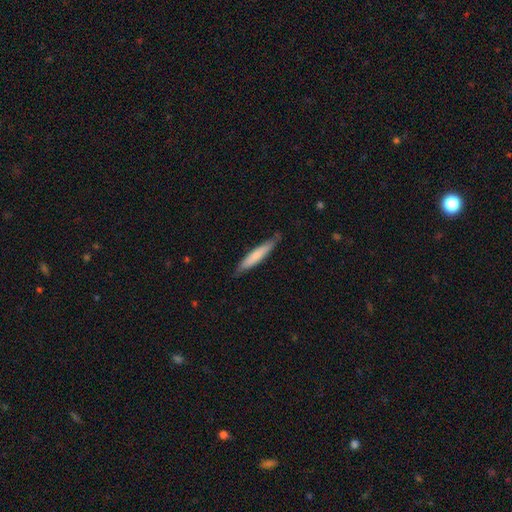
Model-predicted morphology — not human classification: The model was most divided on "smooth or featured": smooth: 70%, featured or disk: 25%, star or artifact: 5%. More confident: how rounded — cigar-shaped (91%); merging — none (83%).